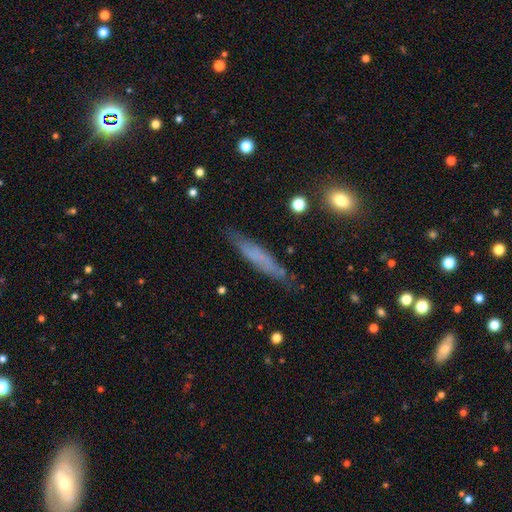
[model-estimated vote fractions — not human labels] This is possibly a smooth galaxy (53%). How rounded: clearly cigar-shaped (89%). Merging: likely none (77%).